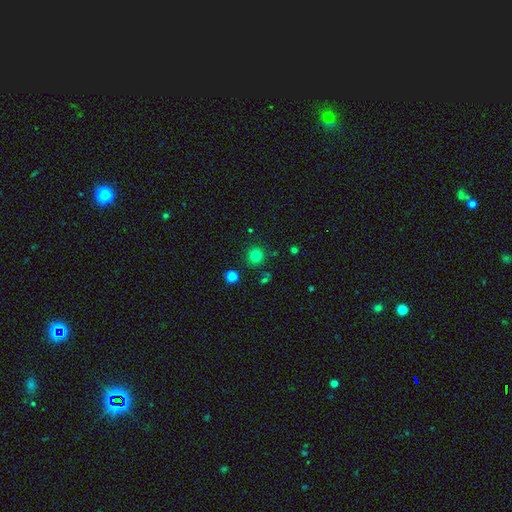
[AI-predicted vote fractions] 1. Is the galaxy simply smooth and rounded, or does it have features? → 80% smooth, 15% star or artifact, 5% featured or disk.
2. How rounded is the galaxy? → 93% round, 6% in between, 1% cigar-shaped.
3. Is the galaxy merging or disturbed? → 87% none, 7% minor disturbance, 3% merger, 2% major disturbance.